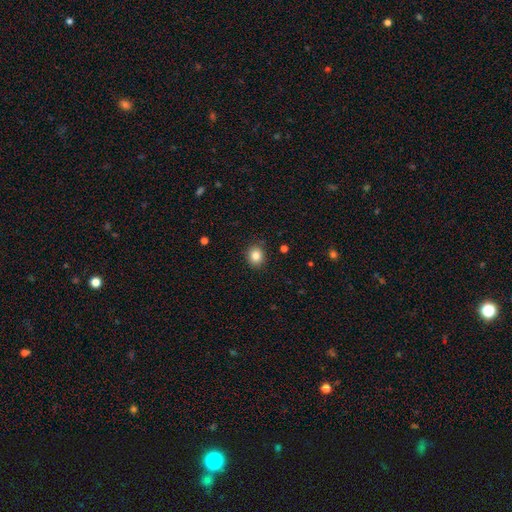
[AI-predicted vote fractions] Overall: smooth (84%). How rounded: round (67%; in between 32%). Merging: none (88%).